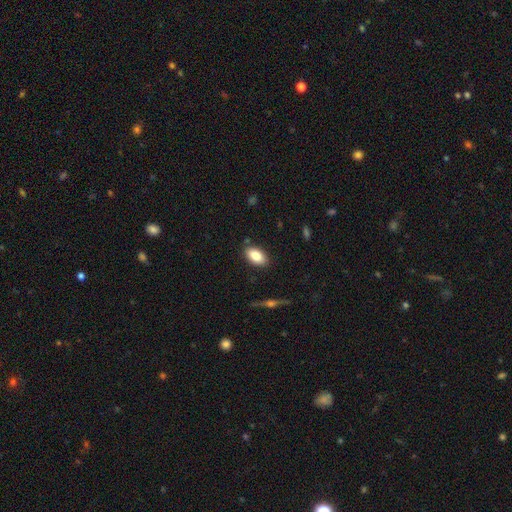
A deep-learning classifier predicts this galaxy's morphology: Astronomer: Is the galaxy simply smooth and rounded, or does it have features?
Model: smooth — 83%.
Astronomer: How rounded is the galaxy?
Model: in between — 92%.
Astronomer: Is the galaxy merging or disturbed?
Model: none — 85%.